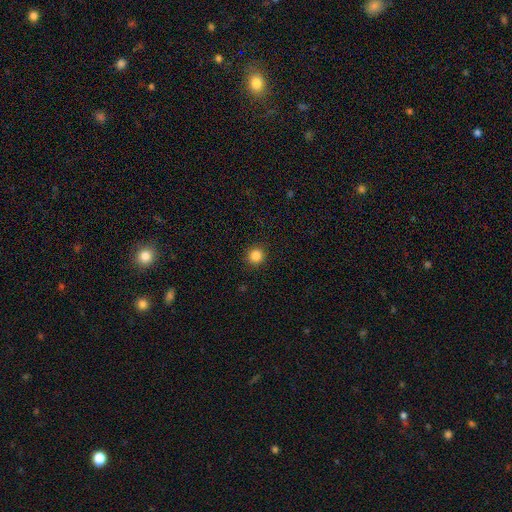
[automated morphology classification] smooth-or-featured: smooth: 85% | star or artifact: 11% | featured or disk: 3%
  how-rounded: round: 93% | in between: 6% | cigar-shaped: 1%
  merging: none: 92% | minor disturbance: 5% | major disturbance: 2% | merger: 1%